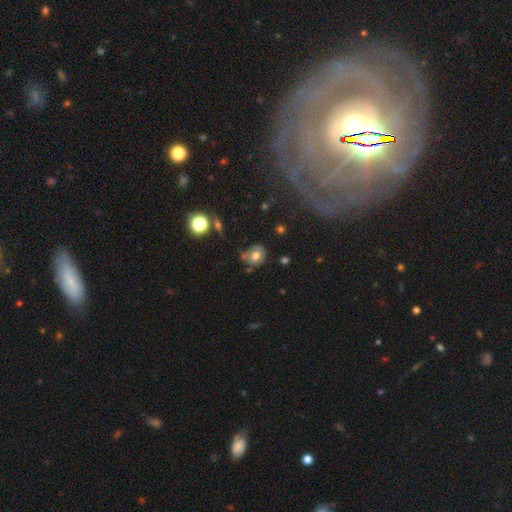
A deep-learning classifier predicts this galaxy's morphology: A smooth galaxy with no disk features (64%) that is round (67%).

Vote fractions:
- Smooth or featured? smooth: 64% / featured or disk: 24% / star or artifact: 12%
- How rounded? round: 67% / in between: 32% / cigar-shaped: 1%
- Merging? none: 57% / minor disturbance: 26% / merger: 9% / major disturbance: 8%